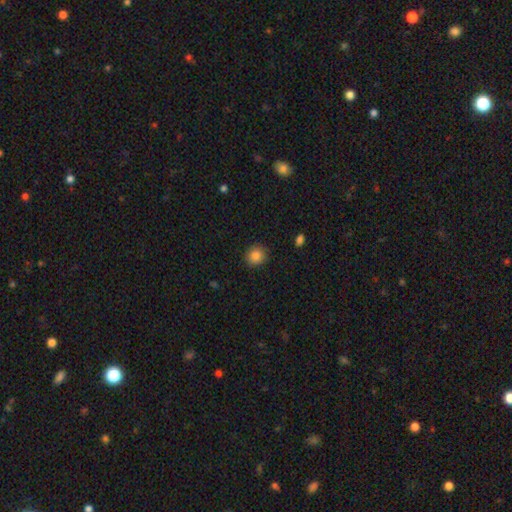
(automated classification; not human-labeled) Smooth or featured? smooth (85%)
How rounded? round (84%)
Merging? none (88%)